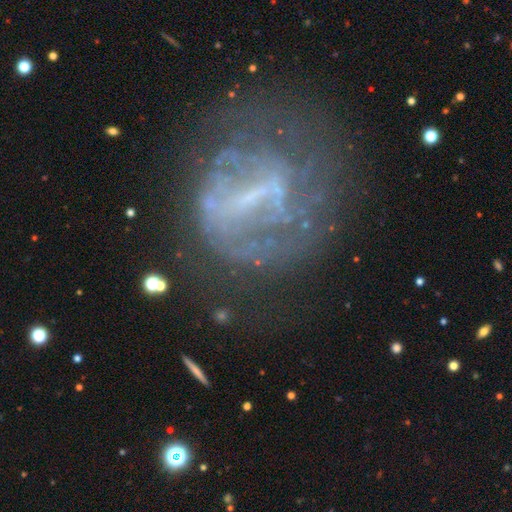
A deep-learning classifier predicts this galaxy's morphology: The model was most divided on "bulge size": none: 48%, small: 36%, moderate: 11%, large: 2%, dominant: 1%. Remaining: edge-on disk — no (94%); smooth or featured — featured or disk (69%); spiral arms — no (59%); merging — none (55%); bar — strong (49%).